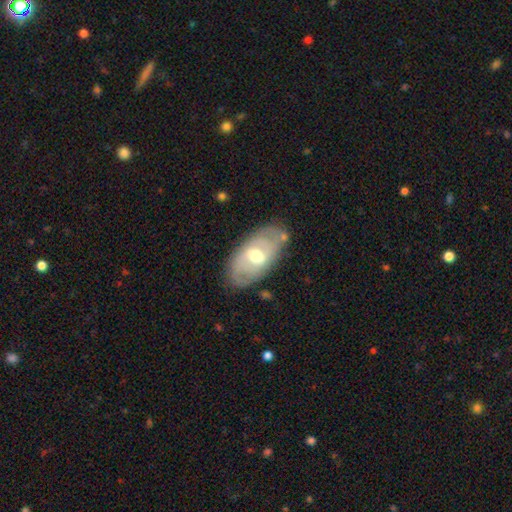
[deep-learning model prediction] The model was most divided on "spiral arms": yes: 56%, no: 44%. Remaining: edge-on disk — no (90%); merging — none (75%); bulge size — moderate (72%); smooth or featured — featured or disk (59%); bar — weak (48%).